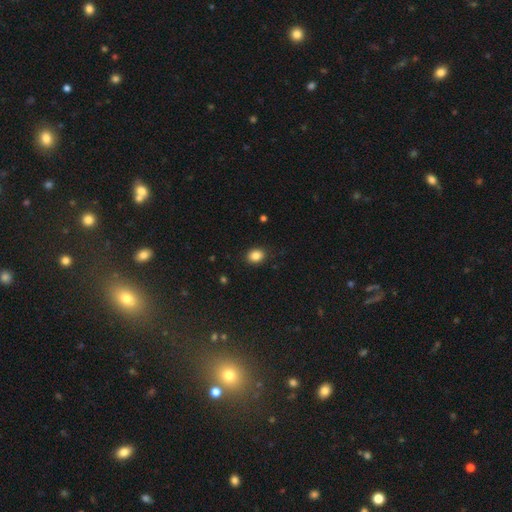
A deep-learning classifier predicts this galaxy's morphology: smooth-or-featured: smooth: 85% | star or artifact: 10% | featured or disk: 4%
  how-rounded: in between: 50% | round: 49% | cigar-shaped: 1%
  merging: none: 87% | minor disturbance: 9% | major disturbance: 2% | merger: 1%